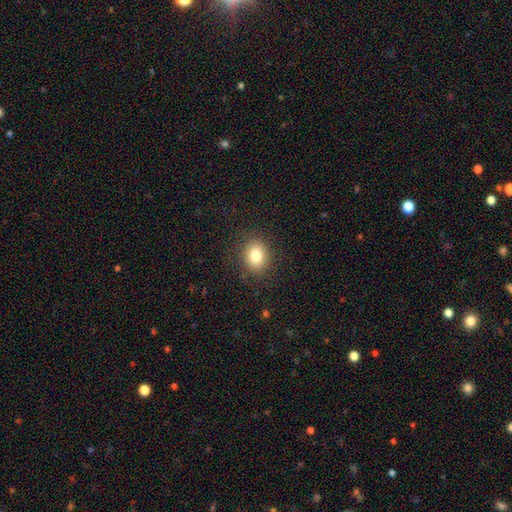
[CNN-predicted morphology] The model was most divided on "how rounded": round: 55%, in between: 45%, cigar-shaped: 1%. More confident: merging — none (87%); smooth or featured — smooth (81%).